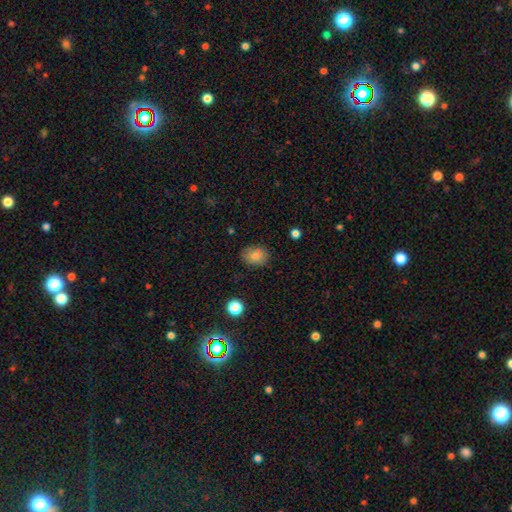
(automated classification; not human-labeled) Overall: smooth (79%). How rounded: in between (62%; round 37%). Merging: none (81%).